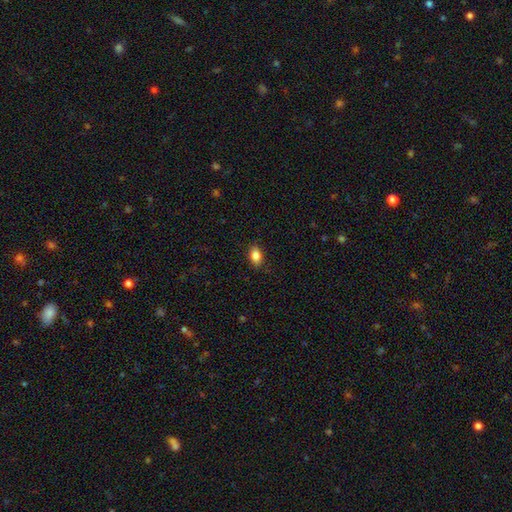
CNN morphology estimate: Smooth or featured? Predicted: smooth (p=0.84). How rounded? Predicted: in between (p=0.85). Merging? Predicted: none (p=0.87).